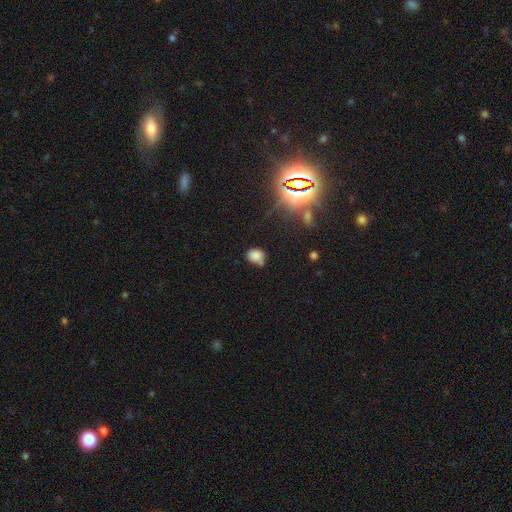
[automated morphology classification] Q: Smooth or featured?
A: smooth (77%); runner-up: star or artifact (16%)
Q: How rounded?
A: round (55%); runner-up: in between (44%)
Q: Merging?
A: none (55%); runner-up: minor disturbance (26%)